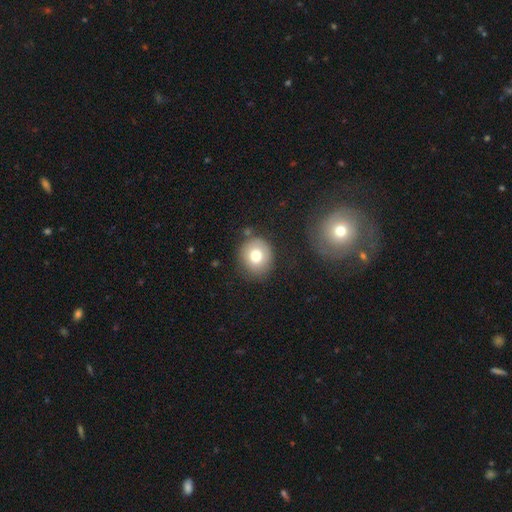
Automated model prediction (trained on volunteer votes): A smooth galaxy with no disk features (75%) that is round (79%). Merging: none (78%).